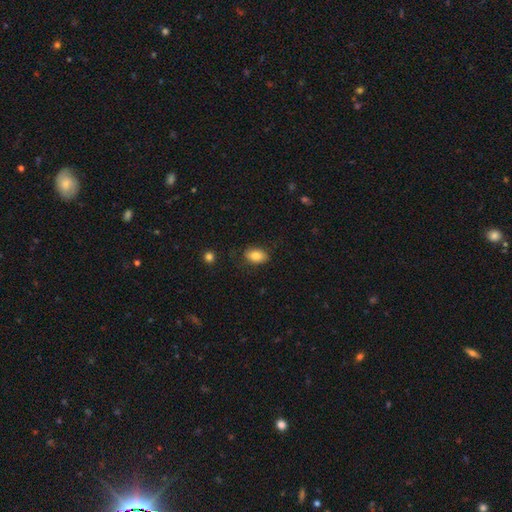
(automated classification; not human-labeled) This is clearly a smooth galaxy (83%). How rounded: clearly in between (86%). Merging: clearly none (81%).